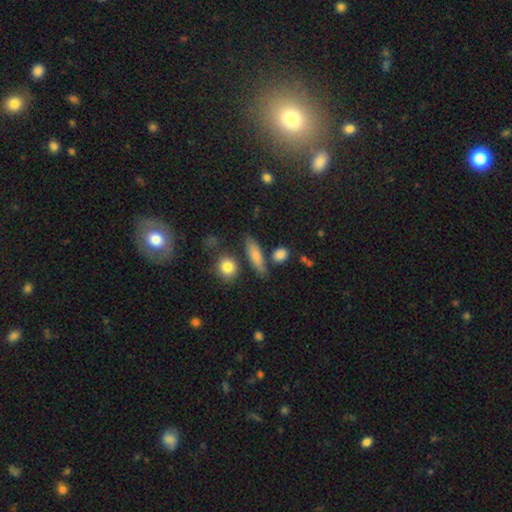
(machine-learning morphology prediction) Smooth or featured? smooth (76%)
How rounded? in between (47%)
Merging? none (73%)